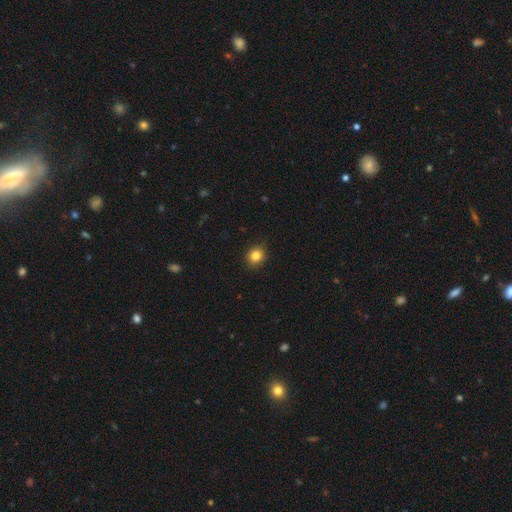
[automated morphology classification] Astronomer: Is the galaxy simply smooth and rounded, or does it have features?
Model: smooth — 84%.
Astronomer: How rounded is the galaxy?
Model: round — 78%.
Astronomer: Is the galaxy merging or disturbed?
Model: none — 88%.